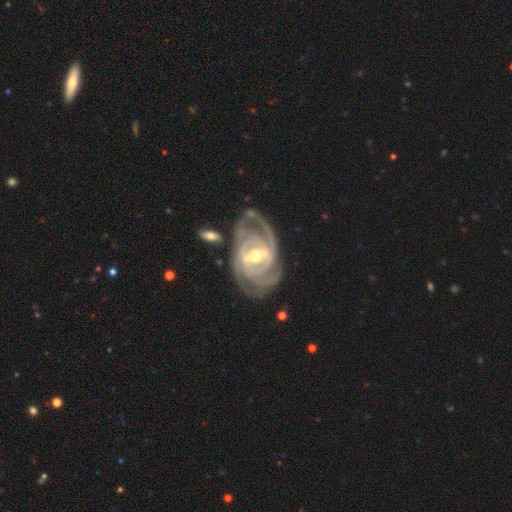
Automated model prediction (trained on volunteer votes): A featured or disk galaxy (91%) with a weak bar (43%, tied with strong), 3 (30%) tight (67%) spiral arms (97%) and a moderate central bulge (60%).

Vote fractions:
- Smooth or featured? featured or disk: 91% / smooth: 4% / star or artifact: 4%
- Edge-on disk? no: 97% / yes: 3%
- Bar? weak: 43% (tied) / strong: 43% (tied) / no: 15%
- Spiral arms? yes: 97% / no: 3%
- Spiral winding? tight: 67% / medium: 28% / loose: 5%
- Spiral arm count? 3: 30% / 2: 26% / can't tell: 21% / 4: 13% / more than 4: 5% / 1: 5%
- Bulge size? moderate: 60% / small: 35% / large: 3% / none: 1% / dominant: 1%
- Merging? none: 64% / minor disturbance: 19% / major disturbance: 11% / merger: 6%